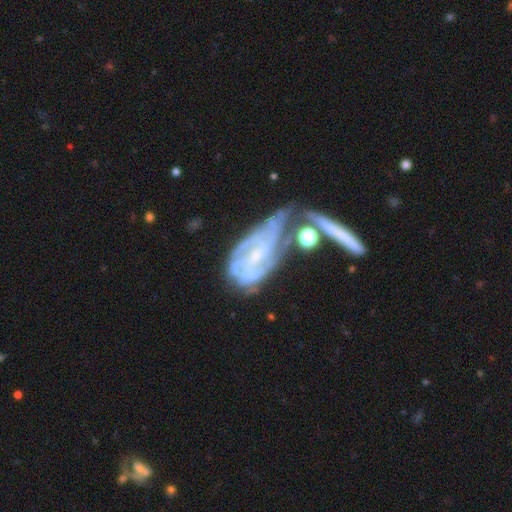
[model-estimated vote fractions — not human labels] A featured or disk galaxy (78%) with no bar (55%), tight (58%) spiral arms (88%) and a small central bulge (70%).

Vote fractions:
- Smooth or featured? featured or disk: 78% / smooth: 14% / star or artifact: 8%
- Edge-on disk? no: 92% / yes: 8%
- Bar? no: 55% / weak: 34% / strong: 12%
- Spiral arms? yes: 88% / no: 12%
- Spiral winding? tight: 58% / medium: 32% / loose: 11%
- Spiral arm count? can't tell: 43% / 2: 20% / 3: 18% / 4: 9% / 1: 5% / more than 4: 4%
- Bulge size? small: 70% / moderate: 18% / none: 9% / large: 1% / dominant: 1%
- Merging? none: 30% / merger: 28% / minor disturbance: 21% / major disturbance: 20%